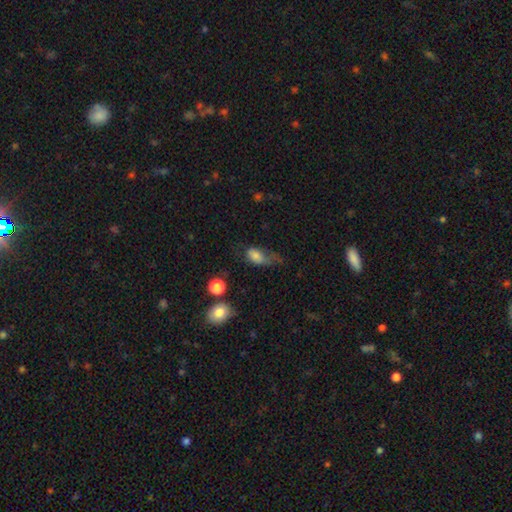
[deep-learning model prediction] A smooth galaxy with no disk features (74%) that is in between round and cigar-shaped (86%). Merging: major disturbance (42%).